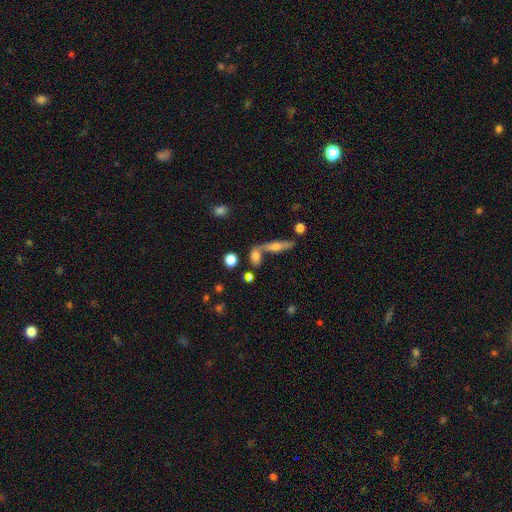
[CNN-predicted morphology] Smooth or featured: smooth — 67% (featured or disk — 22%)
How rounded: in between — 56% (round — 24%)
Merging: none — 50% (merger — 35%)